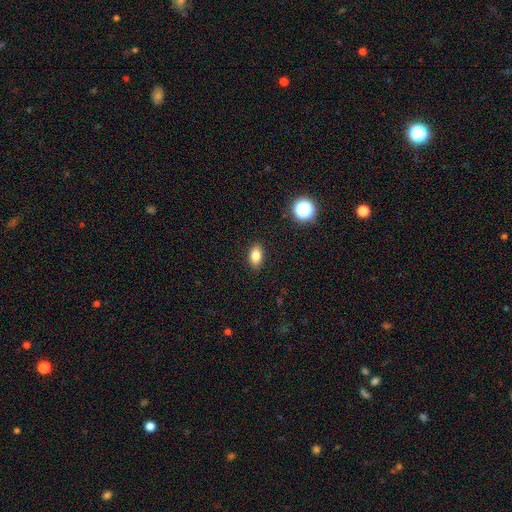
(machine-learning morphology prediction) smooth_or_featured: smooth (p=0.82) [alt: star or artifact p=0.10]
how_rounded: in between (p=0.87) [alt: round p=0.10]
merging: none (p=0.88) [alt: minor disturbance p=0.08]